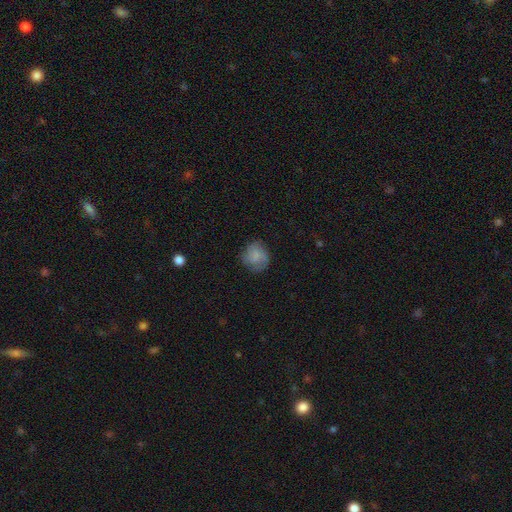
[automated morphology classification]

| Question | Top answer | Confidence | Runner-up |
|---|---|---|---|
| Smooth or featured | smooth | 71% | featured or disk (21%) |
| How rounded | round | 81% | in between (18%) |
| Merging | none | 71% | minor disturbance (20%) |